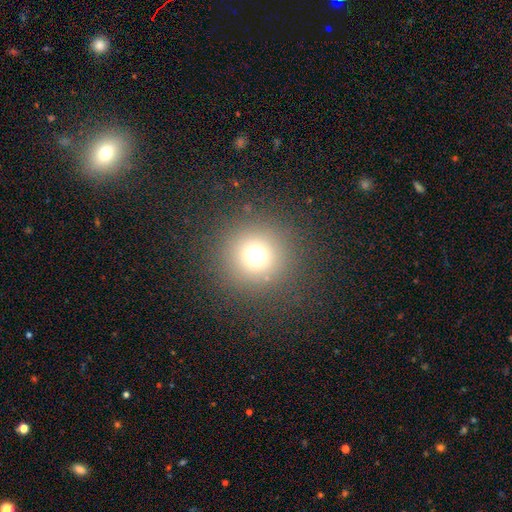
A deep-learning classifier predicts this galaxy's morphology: Smooth or featured? Predicted: smooth (p=0.68). How rounded? Predicted: round (p=0.96). Merging? Predicted: none (p=0.88).